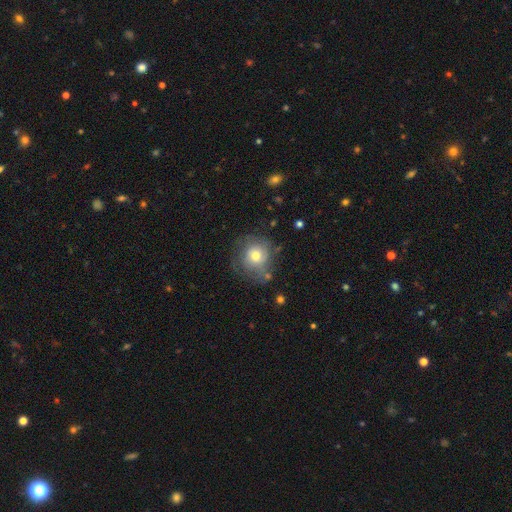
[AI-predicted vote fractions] A smooth galaxy with no disk features (59%) that is round (86%).

Vote fractions:
- Smooth or featured? smooth: 59% / featured or disk: 32% / star or artifact: 10%
- How rounded? round: 86% / in between: 13% / cigar-shaped: 1%
- Merging? none: 61% / minor disturbance: 23% / major disturbance: 13% / merger: 3%